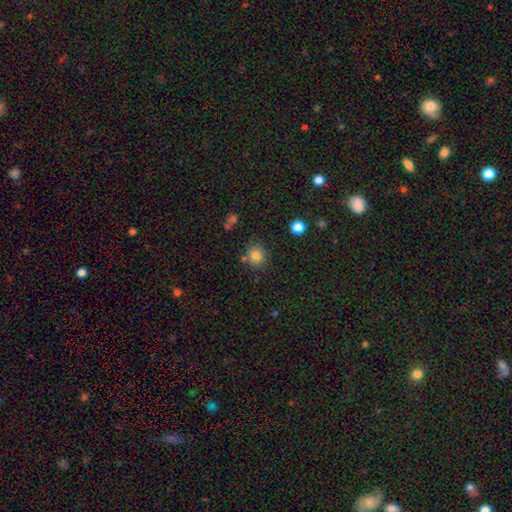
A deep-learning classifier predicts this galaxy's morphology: smooth-or-featured: smooth: 80% | star or artifact: 13% | featured or disk: 7%
  how-rounded: round: 79% | in between: 20% | cigar-shaped: 1%
  merging: none: 78% | minor disturbance: 12% | merger: 7% | major disturbance: 3%